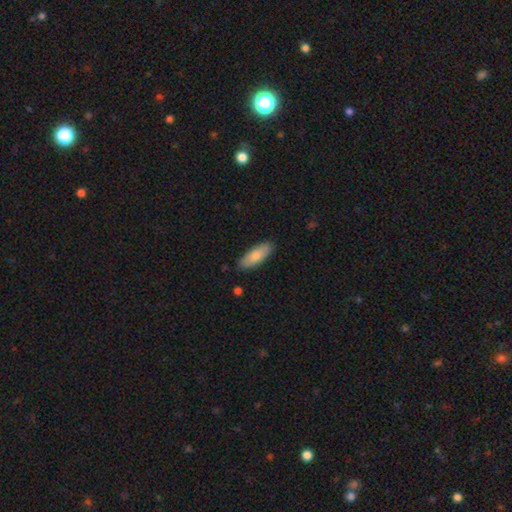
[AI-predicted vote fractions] Q: Smooth or featured?
A: smooth (80%); runner-up: featured or disk (14%)
Q: How rounded?
A: in between (68%); runner-up: cigar-shaped (30%)
Q: Merging?
A: none (85%); runner-up: minor disturbance (11%)